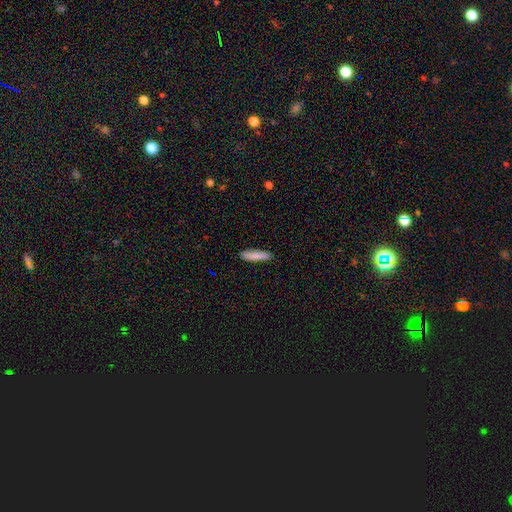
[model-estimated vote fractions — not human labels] Overall: smooth (85%). How rounded: cigar-shaped (78%). Merging: none (88%).